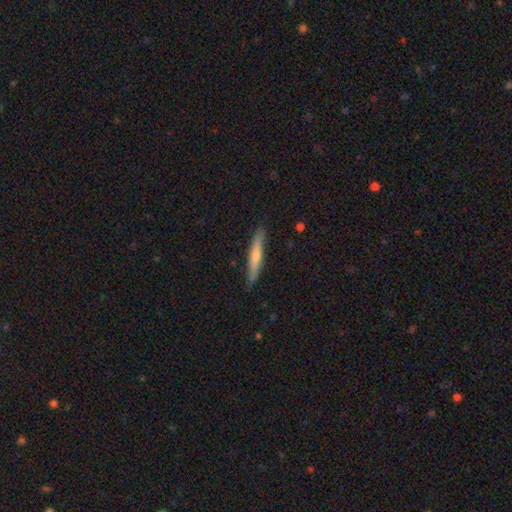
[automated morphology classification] Smooth or featured? smooth (50%)
Merging? none (87%)